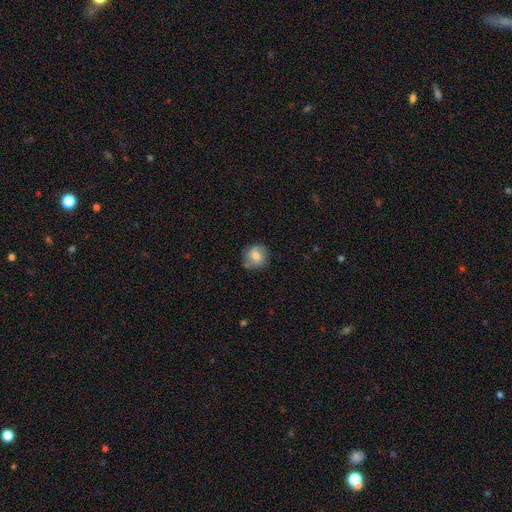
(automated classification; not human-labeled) Smooth or featured? Predicted: smooth (p=0.65). How rounded? Predicted: round (p=0.85). Merging? Predicted: none (p=0.74).